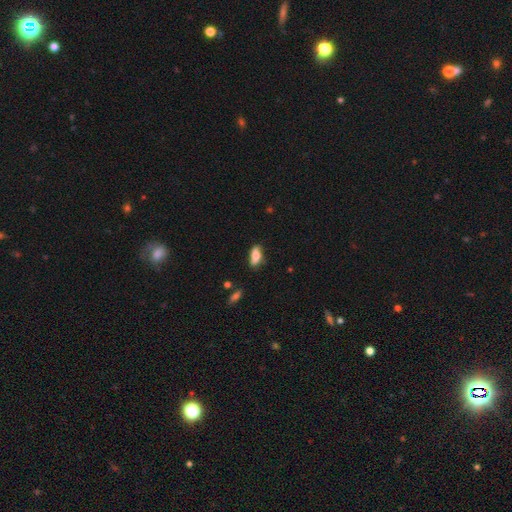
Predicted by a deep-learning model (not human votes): Smooth or featured: smooth — 65% (featured or disk — 28%)
How rounded: in between — 79% (cigar-shaped — 17%)
Merging: none — 71% (minor disturbance — 21%)